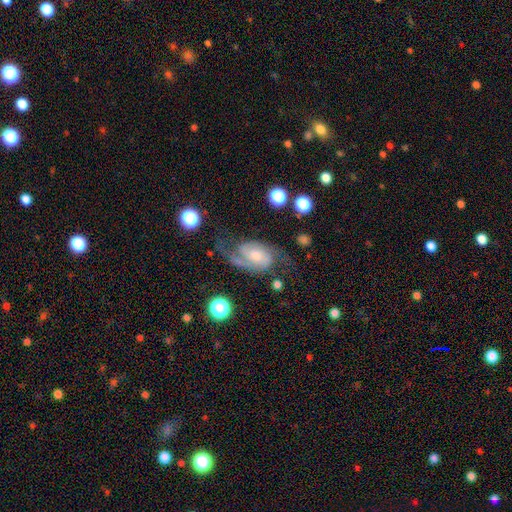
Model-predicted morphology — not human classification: Q: Smooth or featured?
A: featured or disk (85%); runner-up: smooth (9%)
Q: Edge-on disk?
A: no (97%); runner-up: yes (3%)
Q: Bar?
A: no (51%); runner-up: weak (40%)
Q: Spiral arms?
A: yes (96%); runner-up: no (4%)
Q: Spiral winding?
A: medium (51%); runner-up: tight (28%)
Q: Spiral arm count?
A: 2 (83%); runner-up: can't tell (6%)
Q: Bulge size?
A: moderate (44%); runner-up: small (34%)
Q: Merging?
A: none (60%); runner-up: minor disturbance (20%)